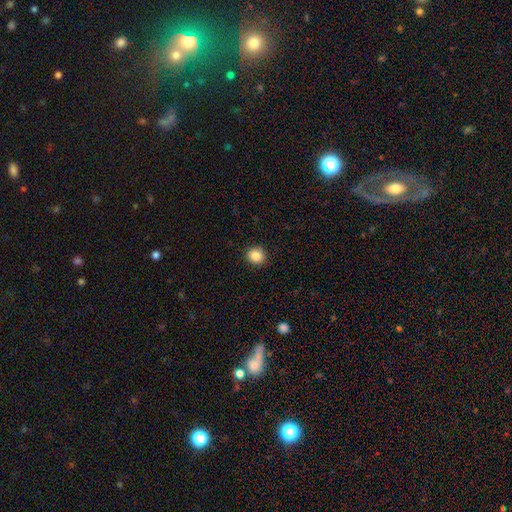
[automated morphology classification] Smooth or featured? smooth (86%)
How rounded? round (86%)
Merging? none (91%)